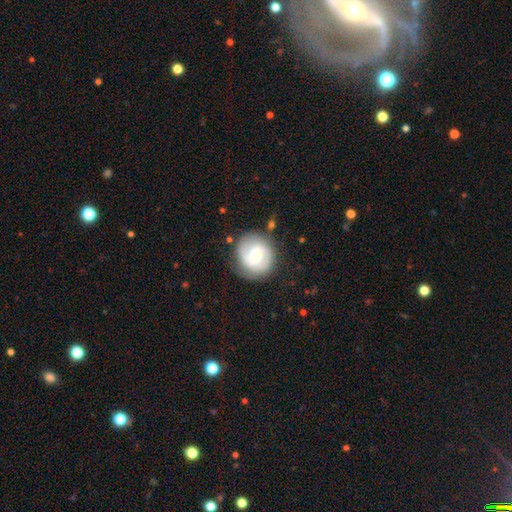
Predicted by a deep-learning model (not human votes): Morphology: type=featured or disk (71%); edge-on=no (98%); bar=no (51%); spiral arms=yes (92%); winding=medium (43%, tied with tight); arm count=2 (79%); bulge=moderate (48%); merging=none (79%).